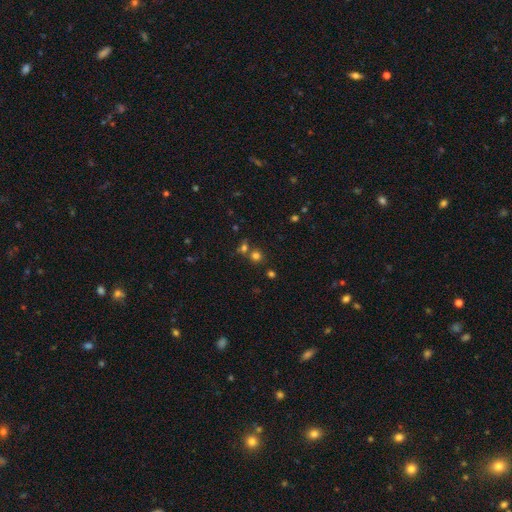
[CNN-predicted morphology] A smooth galaxy with no disk features (69%) that is round (88%).

Vote fractions:
- Smooth or featured? smooth: 69% / star or artifact: 23% / featured or disk: 8%
- How rounded? round: 88% / in between: 11% / cigar-shaped: 1%
- Merging? none: 64% / merger: 26% / minor disturbance: 7% / major disturbance: 3%